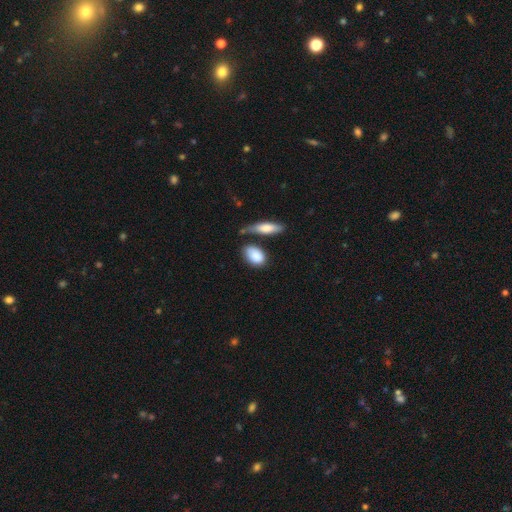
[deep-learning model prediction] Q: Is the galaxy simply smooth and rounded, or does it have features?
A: smooth — 86%.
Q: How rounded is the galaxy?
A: in between — 85%.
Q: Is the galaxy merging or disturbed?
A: none — 56%.